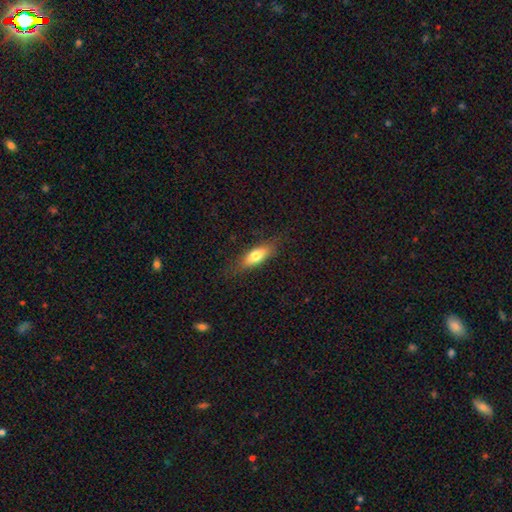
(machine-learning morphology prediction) type=smooth (71%); roundness=in between (63%); merging=none (80%).